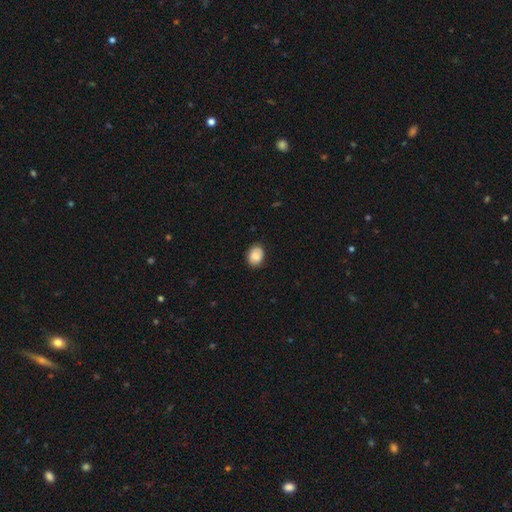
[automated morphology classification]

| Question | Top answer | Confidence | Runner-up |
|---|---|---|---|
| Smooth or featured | smooth | 83% | featured or disk (9%) |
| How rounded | in between | 65% | round (34%) |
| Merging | none | 84% | minor disturbance (12%) |